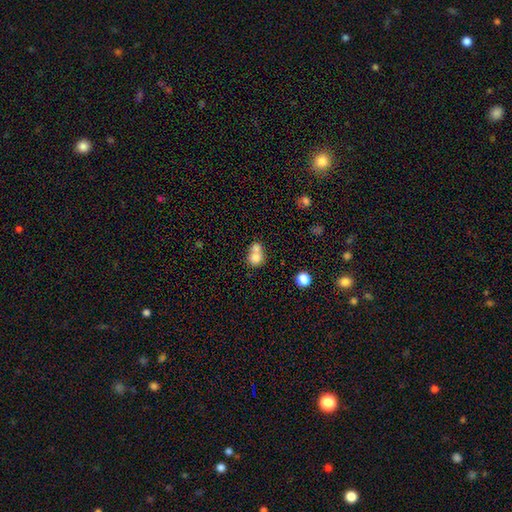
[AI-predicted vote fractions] Smooth or featured? Predicted: smooth (p=0.76). How rounded? Predicted: round (p=0.74). Merging? Predicted: merger (p=0.62).